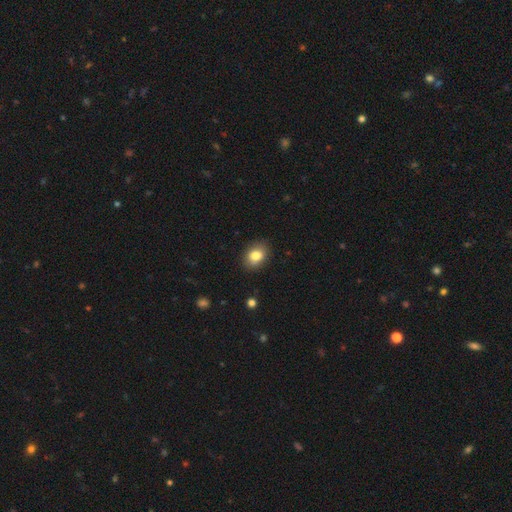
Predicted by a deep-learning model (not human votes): smooth-or-featured: smooth: 82% | featured or disk: 9% | star or artifact: 9%
  how-rounded: in between: 68% | round: 31% | cigar-shaped: 1%
  merging: none: 86% | minor disturbance: 10% | major disturbance: 2% | merger: 1%